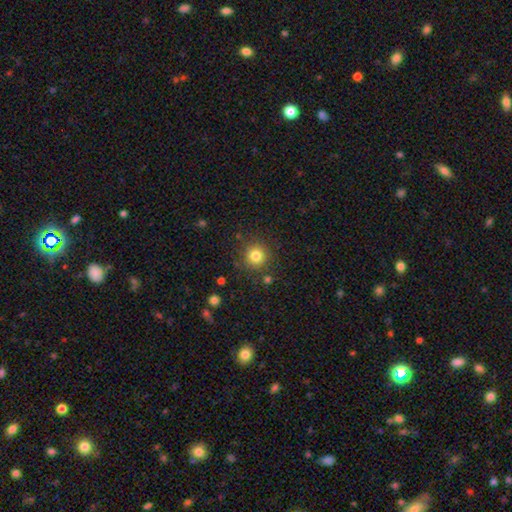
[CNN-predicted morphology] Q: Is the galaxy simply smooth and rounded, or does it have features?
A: smooth — 81%.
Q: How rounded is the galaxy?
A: round — 94%.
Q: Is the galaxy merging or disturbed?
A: none — 87%.